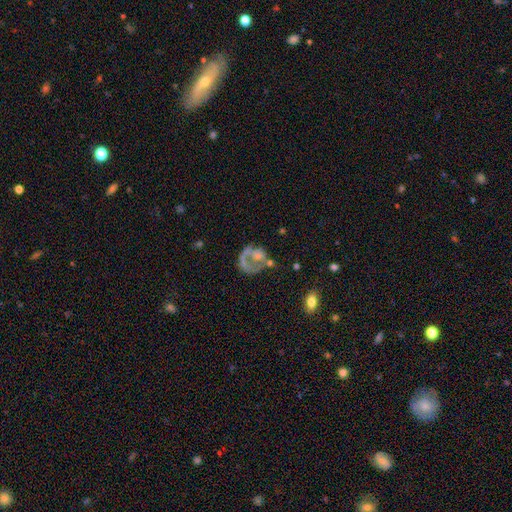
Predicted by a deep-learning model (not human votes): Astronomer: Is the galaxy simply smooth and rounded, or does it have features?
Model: featured or disk — 51% (runner-up: smooth, 37%).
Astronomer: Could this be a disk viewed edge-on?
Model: no — 98%.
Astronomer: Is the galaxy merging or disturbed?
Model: none — 34% (runner-up: major disturbance, 33%).